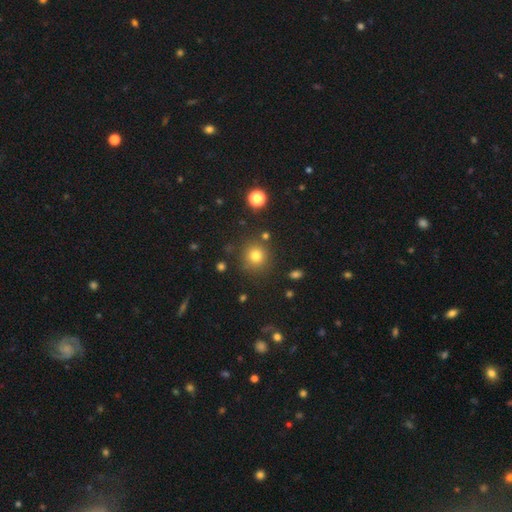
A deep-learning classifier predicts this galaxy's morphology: This is likely a smooth galaxy (78%). How rounded: clearly round (92%). Merging: clearly none (85%).